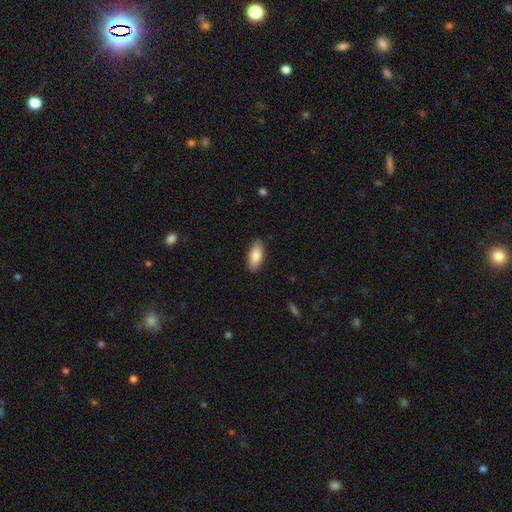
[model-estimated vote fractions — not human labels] A smooth galaxy with no disk features (86%) that is in between round and cigar-shaped (88%). Merging: none (89%).